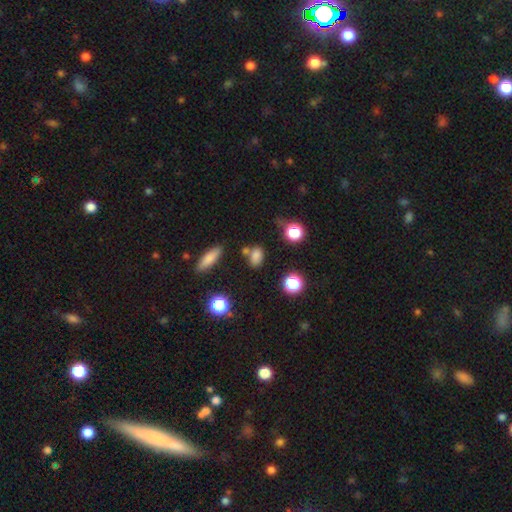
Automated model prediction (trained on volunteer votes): smooth-or-featured: smooth: 77% | star or artifact: 16% | featured or disk: 7%
  how-rounded: in between: 72% | round: 24% | cigar-shaped: 4%
  merging: none: 63% | minor disturbance: 17% | merger: 15% | major disturbance: 6%